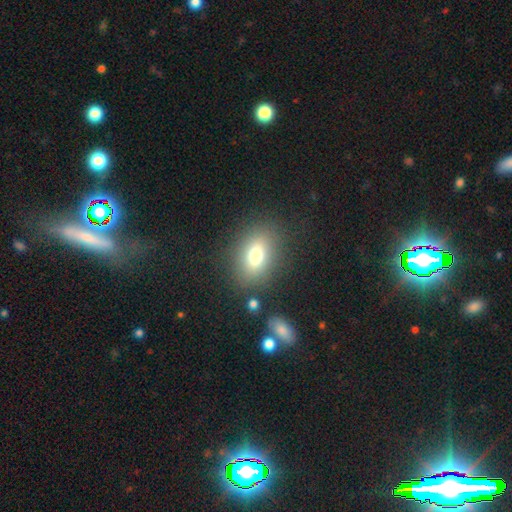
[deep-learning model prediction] This is likely a smooth galaxy (74%). How rounded: likely in between (72%). Merging: clearly none (82%).